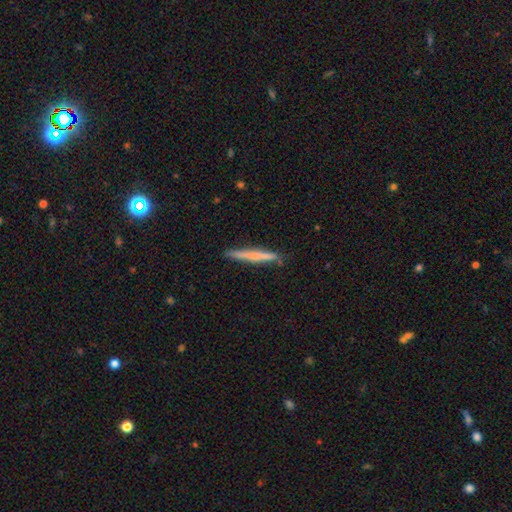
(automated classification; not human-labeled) This is possibly a smooth galaxy (54%). How rounded: clearly cigar-shaped (96%). Merging: clearly none (87%).